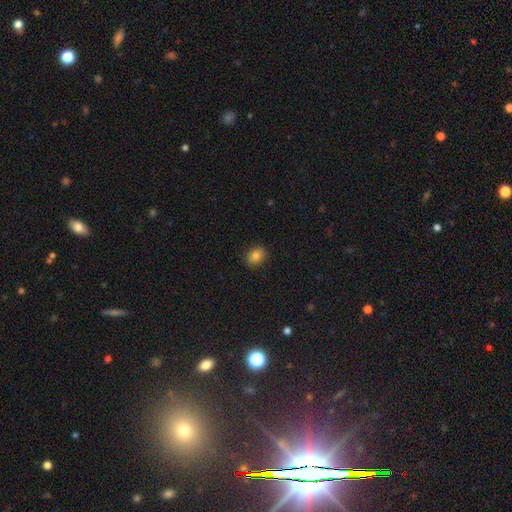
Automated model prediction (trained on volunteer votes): Smooth or featured? smooth (83%)
How rounded? in between (56%)
Merging? none (88%)